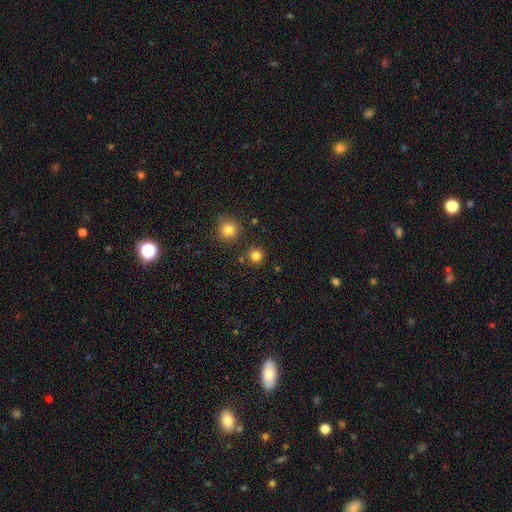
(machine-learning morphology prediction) Overall: smooth (81%). How rounded: round (94%). Merging: none (86%).